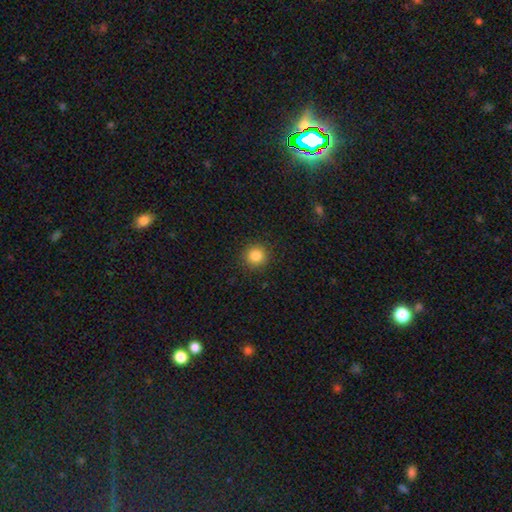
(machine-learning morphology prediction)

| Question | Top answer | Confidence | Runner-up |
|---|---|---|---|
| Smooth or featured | smooth | 84% | star or artifact (11%) |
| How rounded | round | 94% | in between (6%) |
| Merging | none | 91% | minor disturbance (6%) |